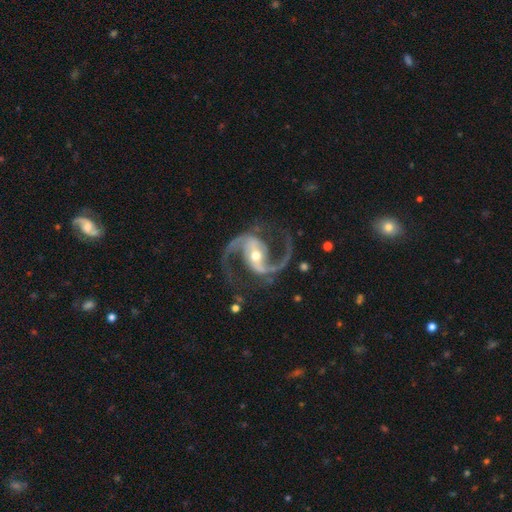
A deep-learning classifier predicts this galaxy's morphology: Q: Smooth or featured?
A: featured or disk (94%); runner-up: star or artifact (4%)
Q: Edge-on disk?
A: no (98%); runner-up: yes (2%)
Q: Bar?
A: strong (46%); runner-up: weak (33%)
Q: Spiral arms?
A: yes (98%); runner-up: no (2%)
Q: Spiral winding?
A: medium (60%); runner-up: loose (31%)
Q: Spiral arm count?
A: 2 (94%); runner-up: 3 (1%)
Q: Bulge size?
A: moderate (59%); runner-up: small (35%)
Q: Merging?
A: none (81%); runner-up: minor disturbance (11%)